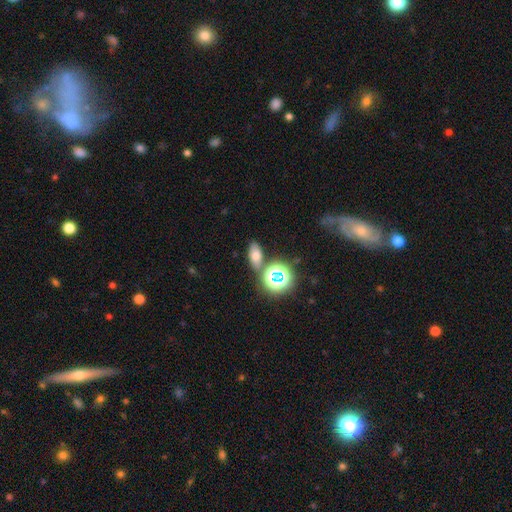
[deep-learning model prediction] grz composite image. It shows a smooth galaxy with no disk features (60%) that is in between round and cigar-shaped (78%). Merging: none (77%).